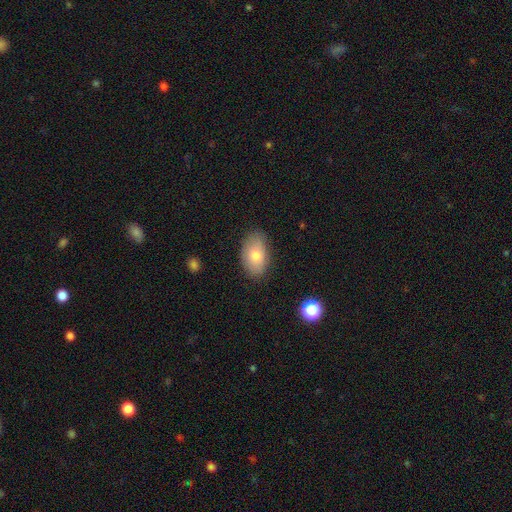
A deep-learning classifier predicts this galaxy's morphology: A smooth galaxy with no disk features (76%) that is in between round and cigar-shaped (92%). Merging: none (81%).